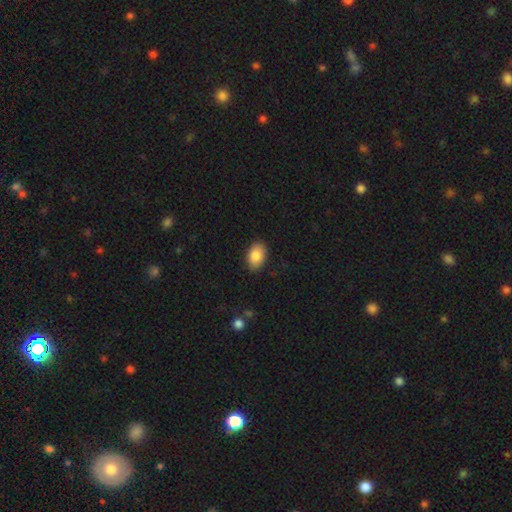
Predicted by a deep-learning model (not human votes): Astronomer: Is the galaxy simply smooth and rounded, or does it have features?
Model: smooth — 86%.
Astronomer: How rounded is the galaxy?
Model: in between — 89%.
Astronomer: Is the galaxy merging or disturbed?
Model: none — 86%.